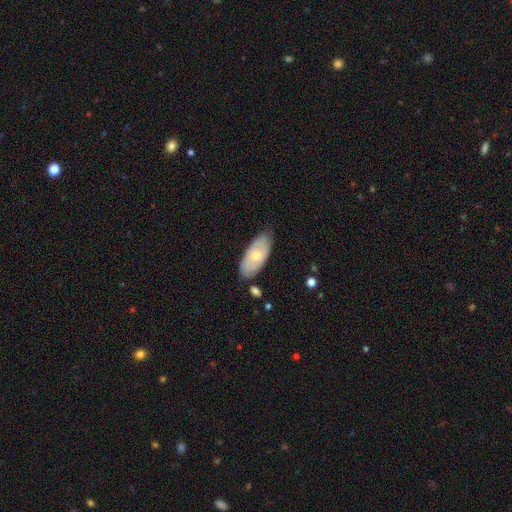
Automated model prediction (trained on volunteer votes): smooth-or-featured: smooth: 56% | featured or disk: 38% | star or artifact: 6%
  how-rounded: in between: 88% | cigar-shaped: 9% | round: 3%
  merging: none: 71% | minor disturbance: 22% | major disturbance: 4% | merger: 3%